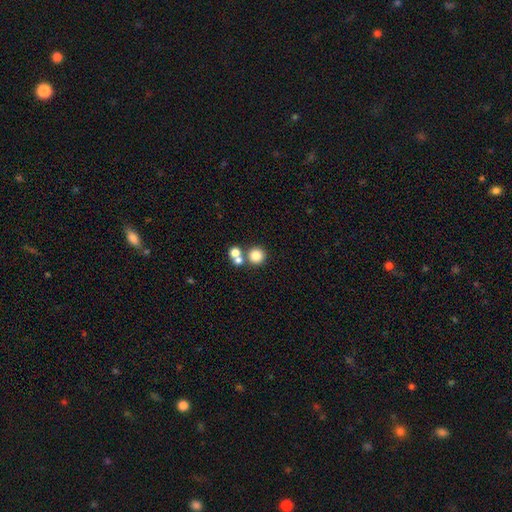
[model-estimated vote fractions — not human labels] Smooth or featured?
  - smooth: 79% *
  - star or artifact: 13%
  - featured or disk: 8%
How rounded?
  - round: 92% *
  - in between: 7%
  - cigar-shaped: 1%
Merging?
  - none: 63% *
  - merger: 27%
  - minor disturbance: 6%
  - major disturbance: 3%